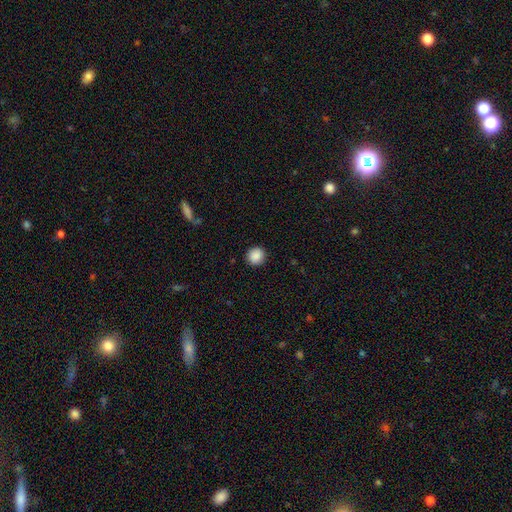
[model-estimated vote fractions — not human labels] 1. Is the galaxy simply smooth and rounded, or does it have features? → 88% smooth, 9% star or artifact, 3% featured or disk.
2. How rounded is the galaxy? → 93% round, 6% in between, 1% cigar-shaped.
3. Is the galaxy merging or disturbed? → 90% none, 7% minor disturbance, 2% major disturbance, 1% merger.